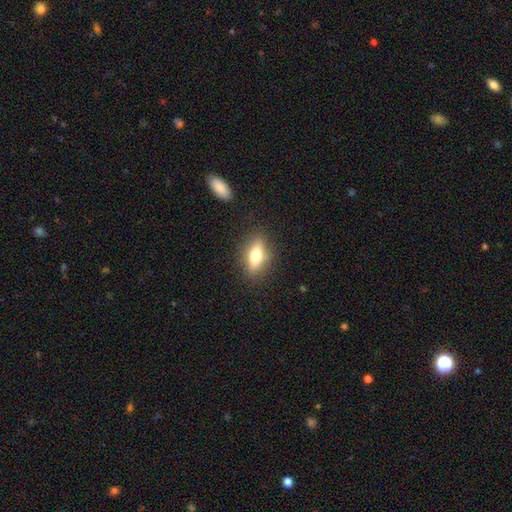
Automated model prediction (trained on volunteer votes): smooth_or_featured: smooth (p=0.60) [alt: featured or disk p=0.32]
how_rounded: in between (p=0.68) [alt: cigar-shaped p=0.25]
merging: none (p=0.84) [alt: minor disturbance p=0.11]